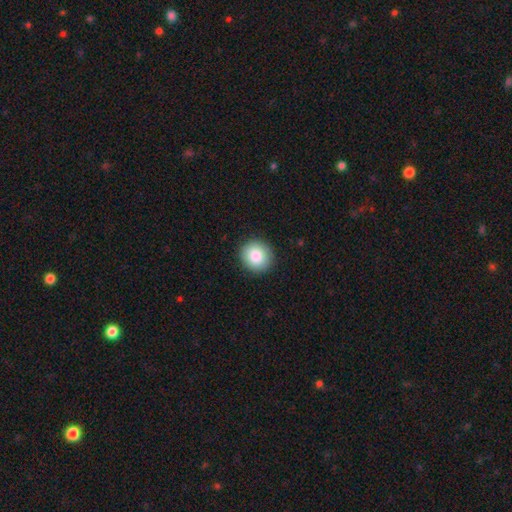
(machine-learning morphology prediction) Q: Smooth or featured?
A: smooth (85%); runner-up: star or artifact (8%)
Q: How rounded?
A: round (88%); runner-up: in between (11%)
Q: Merging?
A: none (91%); runner-up: minor disturbance (6%)